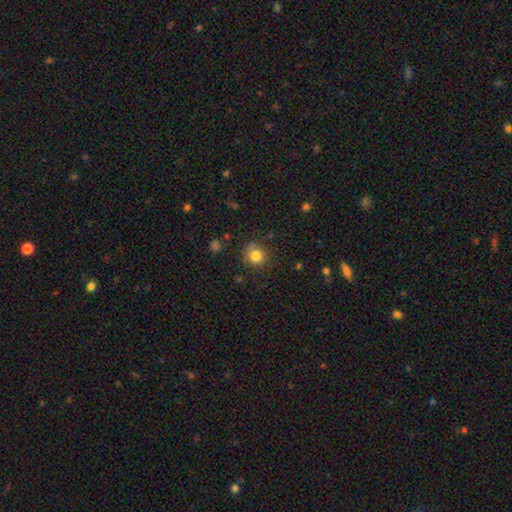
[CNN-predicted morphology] A smooth galaxy with no disk features (82%) that is round (88%). Merging: none (78%).